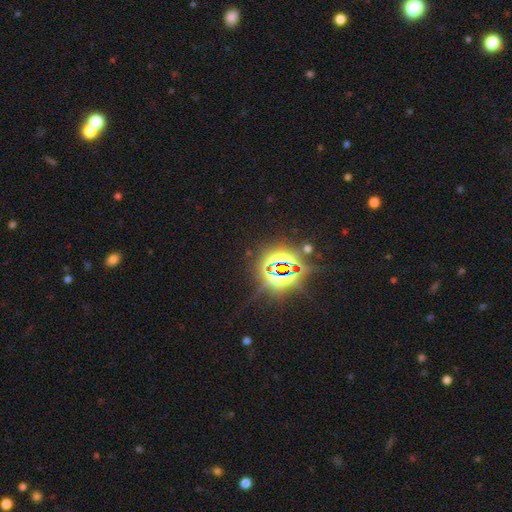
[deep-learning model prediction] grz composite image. It shows a star or artifact, not a galaxy (83%).